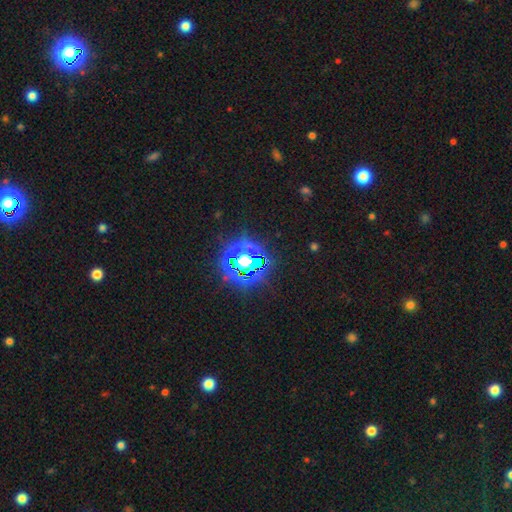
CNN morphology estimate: Q: Smooth or featured?
A: star or artifact (79%); runner-up: smooth (13%)